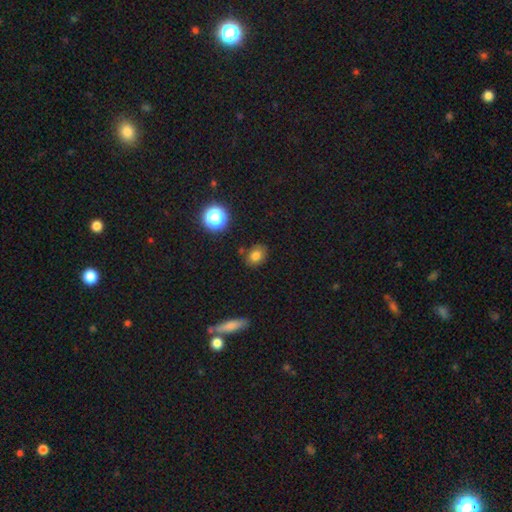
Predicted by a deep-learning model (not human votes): Smooth or featured? smooth (78%)
How rounded? in between (51%)
Merging? none (81%)